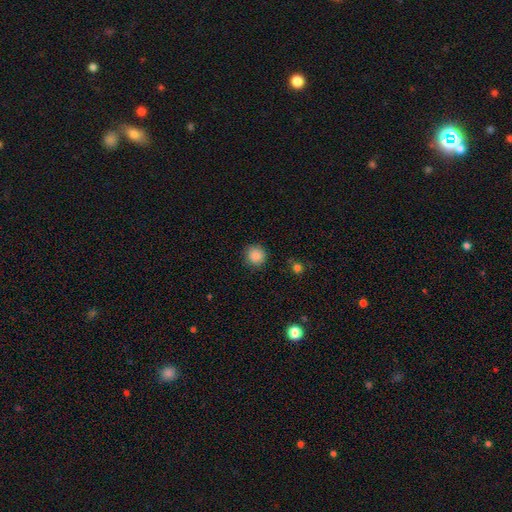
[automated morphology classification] smooth_or_featured: smooth (p=0.88) [alt: star or artifact p=0.10]
how_rounded: round (p=0.93) [alt: in between p=0.06]
merging: none (p=0.89) [alt: minor disturbance p=0.08]